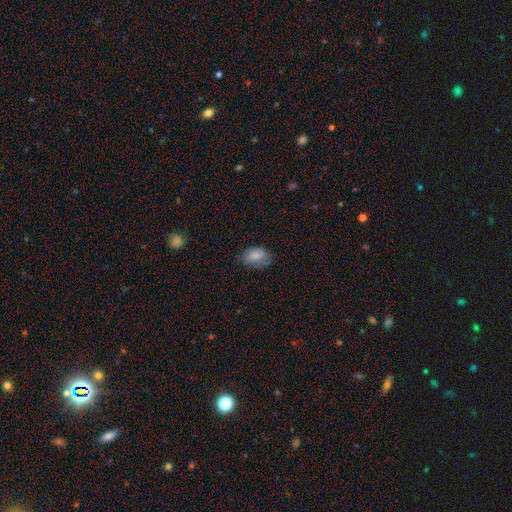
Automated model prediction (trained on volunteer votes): A smooth galaxy with no disk features (77%) that is in between round and cigar-shaped (86%). Merging: none (65%).